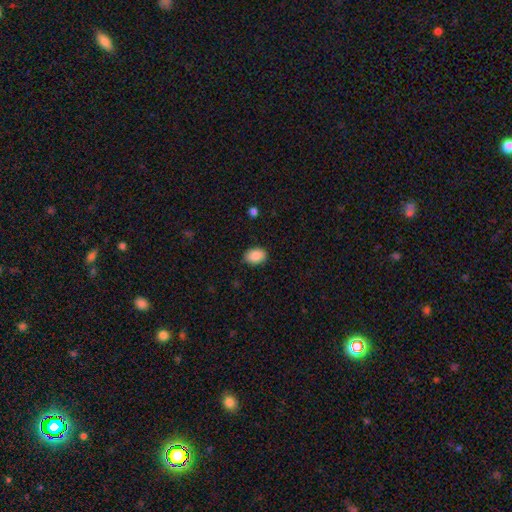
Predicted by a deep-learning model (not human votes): Q: Smooth or featured?
A: smooth (89%); runner-up: star or artifact (7%)
Q: How rounded?
A: in between (81%); runner-up: round (18%)
Q: Merging?
A: none (87%); runner-up: minor disturbance (10%)